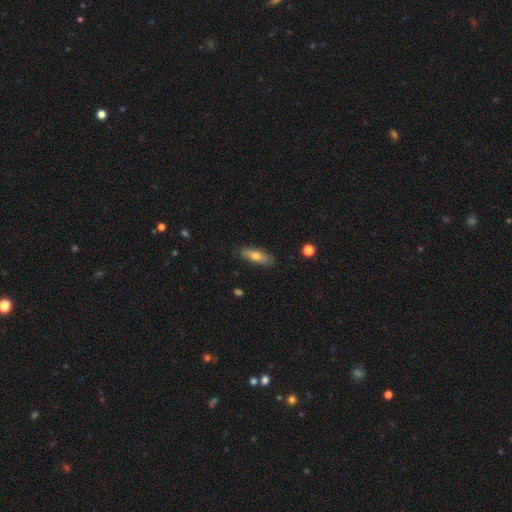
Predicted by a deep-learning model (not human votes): Q: Smooth or featured?
A: smooth (69%); runner-up: featured or disk (24%)
Q: How rounded?
A: in between (54%); runner-up: cigar-shaped (43%)
Q: Merging?
A: none (84%); runner-up: minor disturbance (13%)